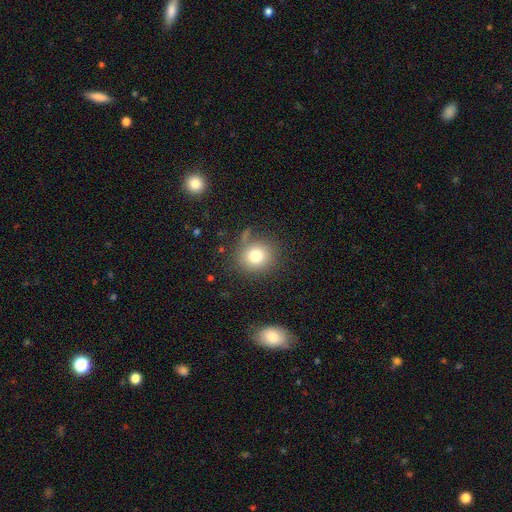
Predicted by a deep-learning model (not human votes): Smooth or featured? Predicted: smooth (p=0.78). How rounded? Predicted: round (p=0.80). Merging? Predicted: none (p=0.74).